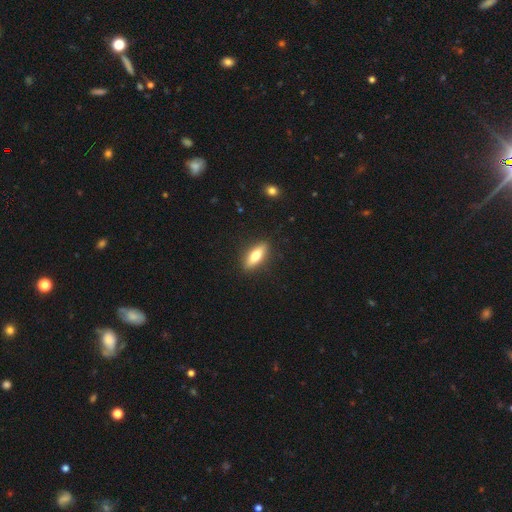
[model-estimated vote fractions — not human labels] A smooth galaxy with no disk features (67%) that is in between round and cigar-shaped (59%). Merging: none (89%).